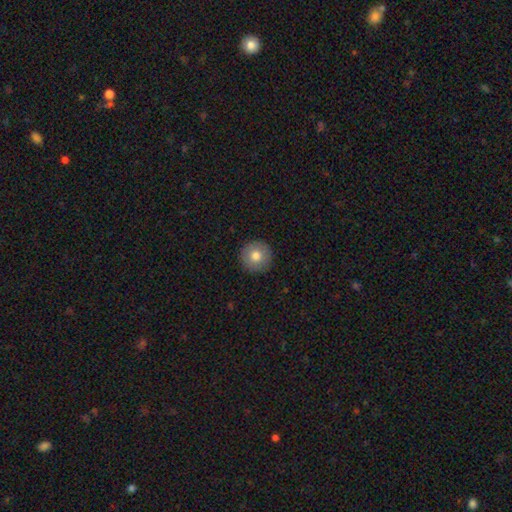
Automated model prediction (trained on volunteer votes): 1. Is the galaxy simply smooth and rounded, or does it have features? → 78% smooth, 14% featured or disk, 8% star or artifact.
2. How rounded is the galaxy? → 96% round, 3% in between, 1% cigar-shaped.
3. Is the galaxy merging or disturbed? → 92% none, 5% minor disturbance, 2% major disturbance, 1% merger.